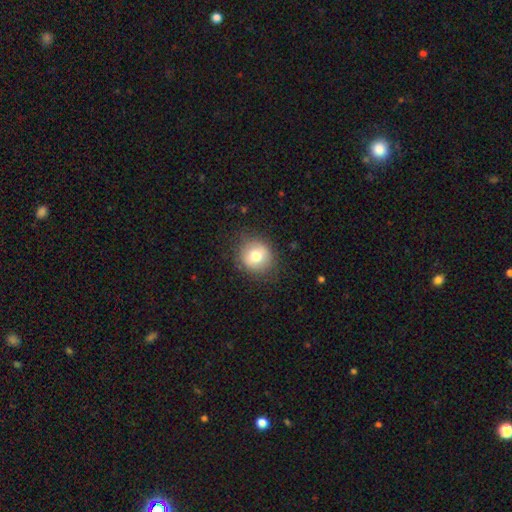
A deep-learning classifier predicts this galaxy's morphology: Smooth or featured? smooth (75%)
How rounded? round (88%)
Merging? none (83%)